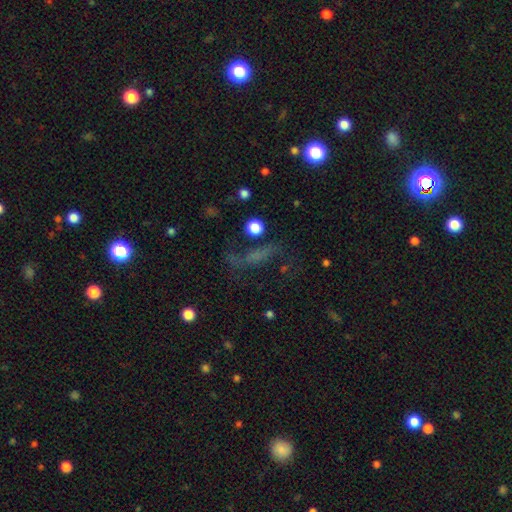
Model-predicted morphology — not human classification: Overall: smooth (35%, tied with star or artifact). Merging: none (54%; major disturbance 21%).